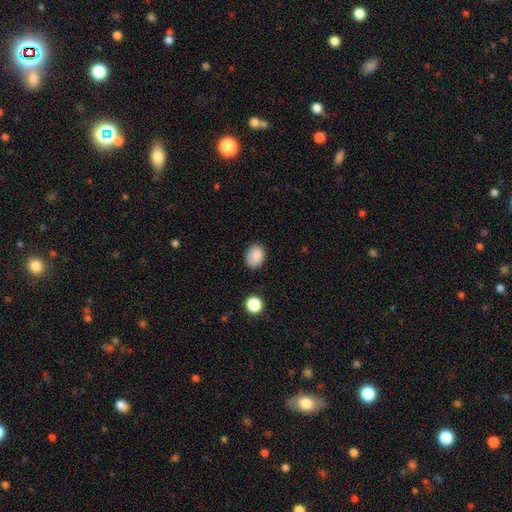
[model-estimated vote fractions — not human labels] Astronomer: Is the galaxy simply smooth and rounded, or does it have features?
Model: smooth — 86%.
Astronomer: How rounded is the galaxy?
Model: in between — 59% (runner-up: round, 40%).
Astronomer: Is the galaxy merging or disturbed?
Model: none — 79%.